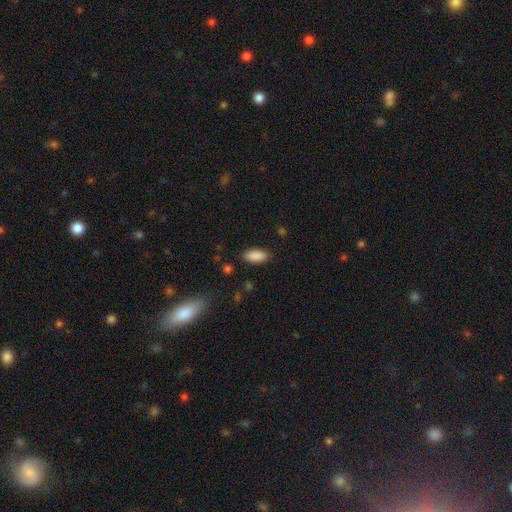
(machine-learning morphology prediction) A smooth galaxy with no disk features (89%) that is in between round and cigar-shaped (89%). Merging: none (87%).